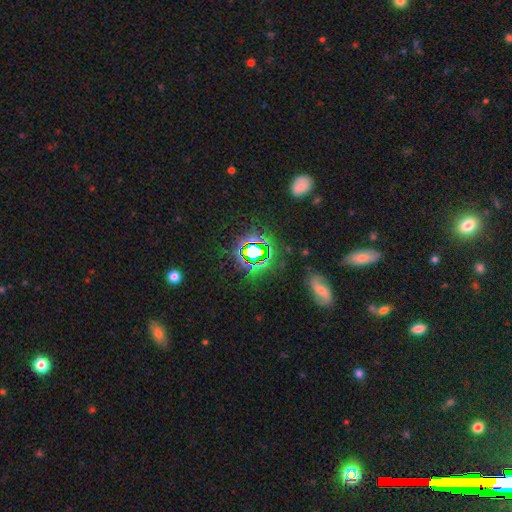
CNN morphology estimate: Overall: star or artifact (68%).